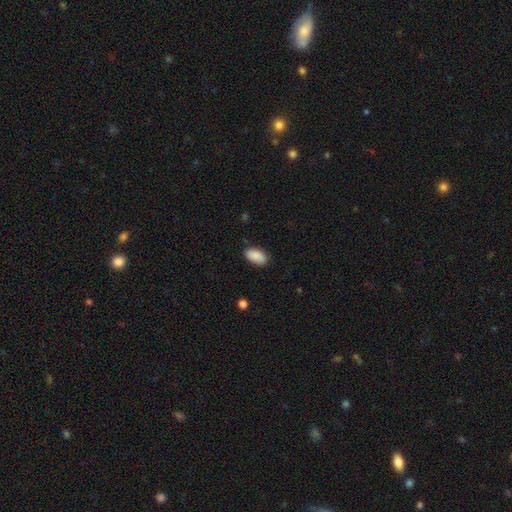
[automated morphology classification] Smooth or featured? Predicted: smooth (p=0.88). How rounded? Predicted: in between (p=0.94). Merging? Predicted: none (p=0.82).